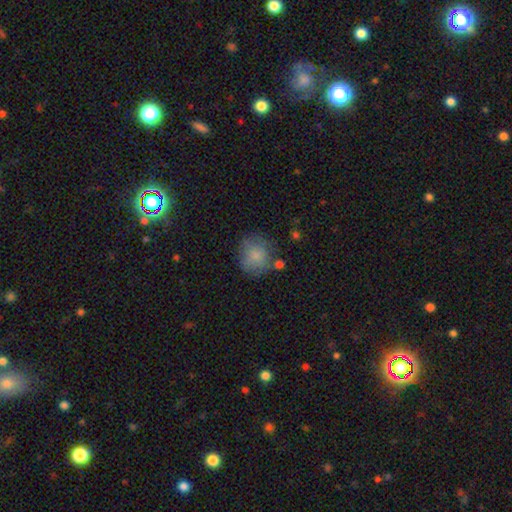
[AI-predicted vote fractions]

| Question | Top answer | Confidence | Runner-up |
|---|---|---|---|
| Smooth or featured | smooth | 77% | featured or disk (13%) |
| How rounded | round | 79% | in between (21%) |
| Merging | none | 58% | minor disturbance (24%) |